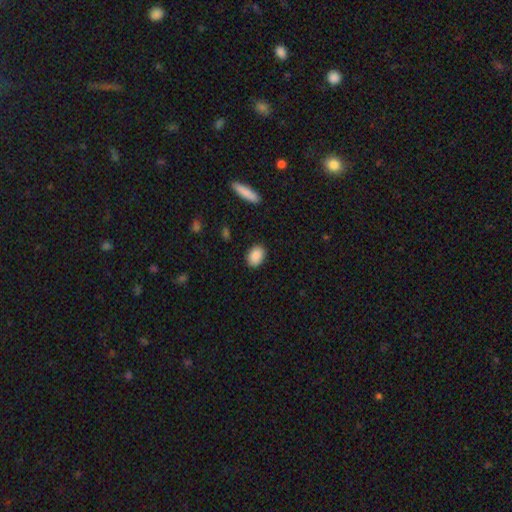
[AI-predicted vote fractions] smooth-or-featured: smooth: 89% | star or artifact: 7% | featured or disk: 4%
  how-rounded: in between: 80% | round: 19% | cigar-shaped: 1%
  merging: none: 86% | minor disturbance: 10% | major disturbance: 2% | merger: 1%